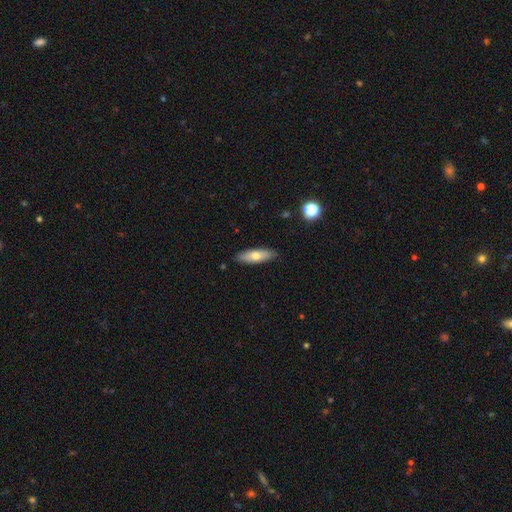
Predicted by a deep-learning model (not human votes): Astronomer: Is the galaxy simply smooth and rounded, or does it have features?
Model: smooth — 68%.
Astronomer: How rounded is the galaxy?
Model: cigar-shaped — 51% (runner-up: in between, 47%).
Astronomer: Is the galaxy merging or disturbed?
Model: none — 88%.